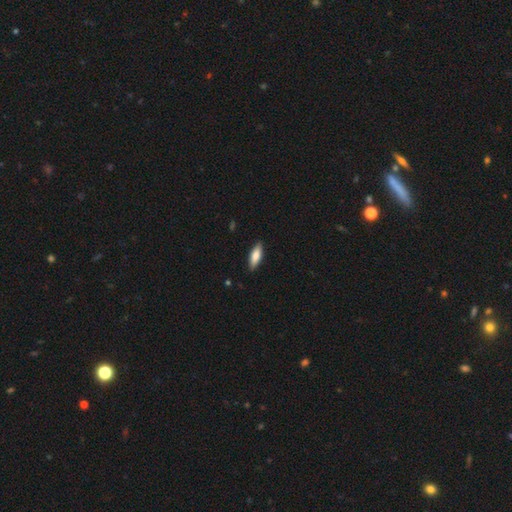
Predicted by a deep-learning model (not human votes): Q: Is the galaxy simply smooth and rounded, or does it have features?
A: smooth — 78%.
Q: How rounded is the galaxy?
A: in between — 60%.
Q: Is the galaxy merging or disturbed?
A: none — 88%.